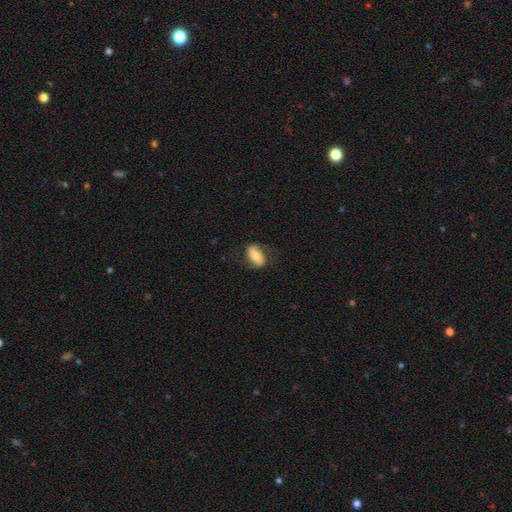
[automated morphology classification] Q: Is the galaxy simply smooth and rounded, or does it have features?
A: smooth — 60%.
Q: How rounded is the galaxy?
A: in between — 86%.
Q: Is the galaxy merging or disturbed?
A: none — 72%.